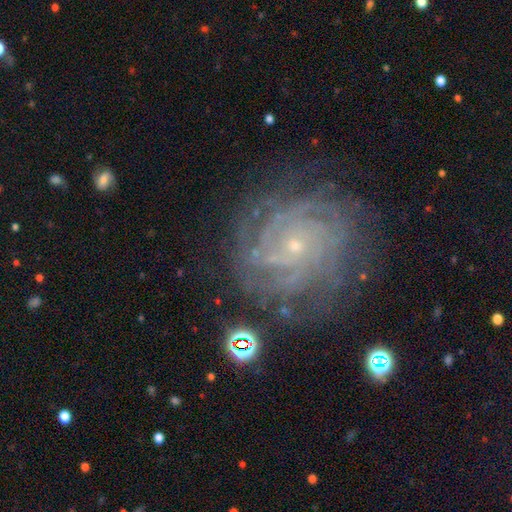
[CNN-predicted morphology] Q: Smooth or featured?
A: featured or disk (84%); runner-up: star or artifact (9%)
Q: Edge-on disk?
A: no (98%); runner-up: yes (2%)
Q: Bar?
A: no (79%); runner-up: weak (17%)
Q: Spiral arms?
A: yes (96%); runner-up: no (4%)
Q: Spiral winding?
A: tight (74%); runner-up: medium (22%)
Q: Spiral arm count?
A: can't tell (29%); runner-up: 4 (22%)
Q: Bulge size?
A: small (82%); runner-up: moderate (14%)
Q: Merging?
A: none (71%); runner-up: minor disturbance (17%)